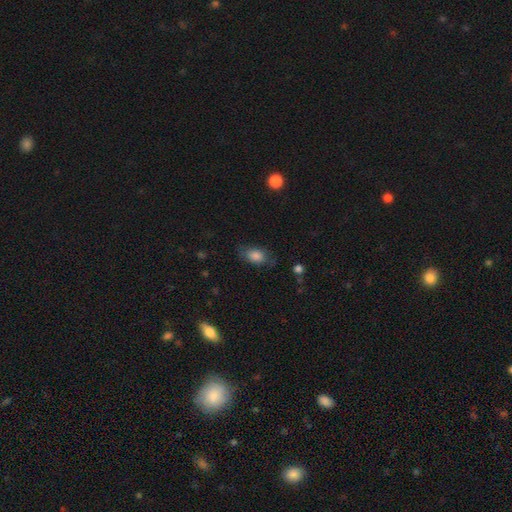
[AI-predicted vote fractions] Smooth or featured: smooth — 83% (featured or disk — 9%)
How rounded: in between — 86% (round — 11%)
Merging: none — 70% (minor disturbance — 21%)